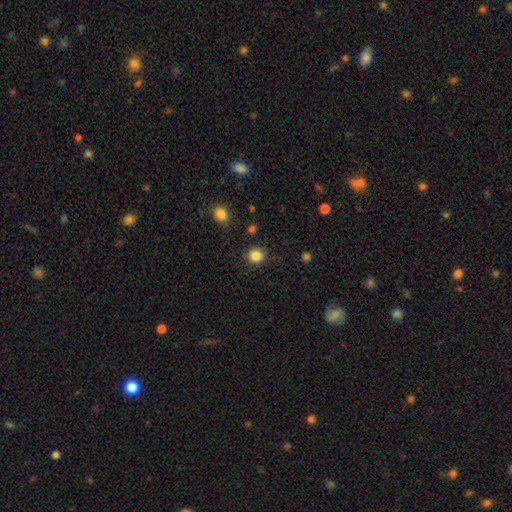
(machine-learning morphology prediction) Smooth or featured? Predicted: smooth (p=0.85). How rounded? Predicted: round (p=0.87). Merging? Predicted: none (p=0.88).